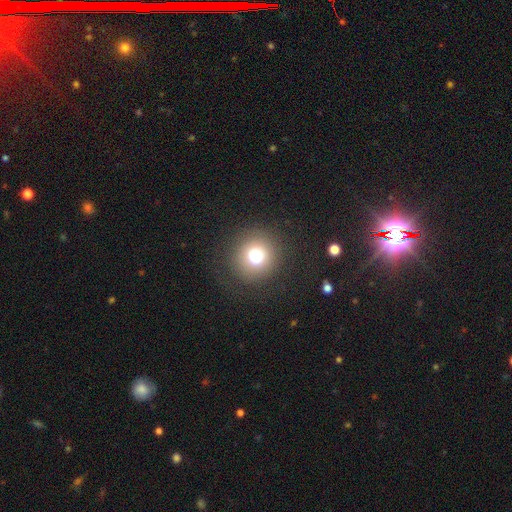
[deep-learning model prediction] smooth-or-featured: smooth: 76% | star or artifact: 14% | featured or disk: 11%
  how-rounded: round: 93% | in between: 6% | cigar-shaped: 1%
  merging: none: 87% | minor disturbance: 7% | major disturbance: 5% | merger: 1%